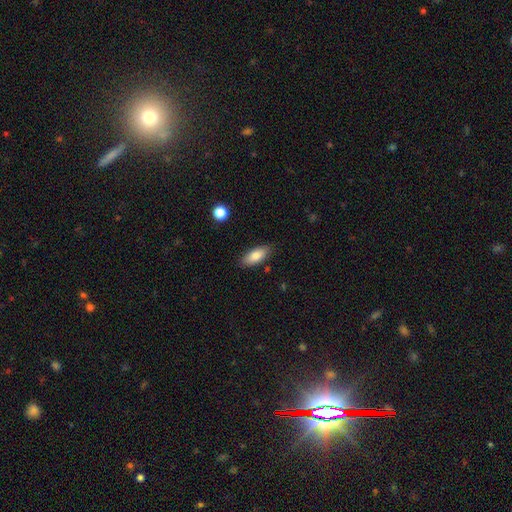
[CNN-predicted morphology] Q: Smooth or featured?
A: smooth (81%); runner-up: featured or disk (12%)
Q: How rounded?
A: in between (84%); runner-up: cigar-shaped (14%)
Q: Merging?
A: none (85%); runner-up: minor disturbance (11%)